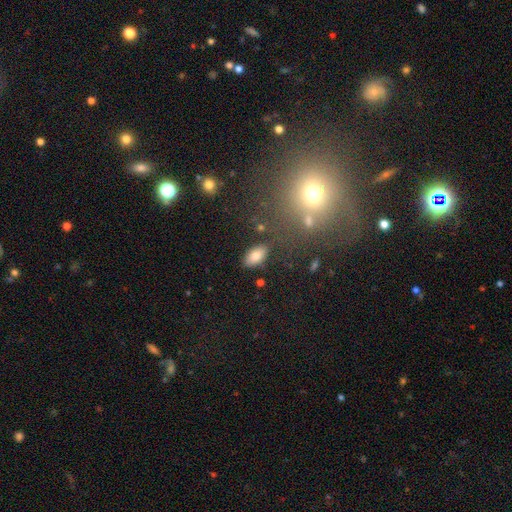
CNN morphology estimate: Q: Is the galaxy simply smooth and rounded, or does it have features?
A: smooth — 81%.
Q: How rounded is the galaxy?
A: in between — 93%.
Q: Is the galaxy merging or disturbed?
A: none — 83%.